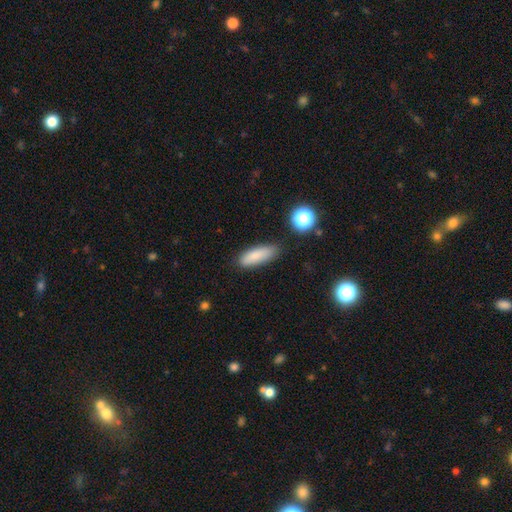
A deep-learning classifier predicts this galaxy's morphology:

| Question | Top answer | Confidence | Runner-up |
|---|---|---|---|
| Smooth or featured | smooth | 84% | star or artifact (8%) |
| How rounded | in between | 56% | cigar-shaped (41%) |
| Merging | none | 79% | minor disturbance (15%) |